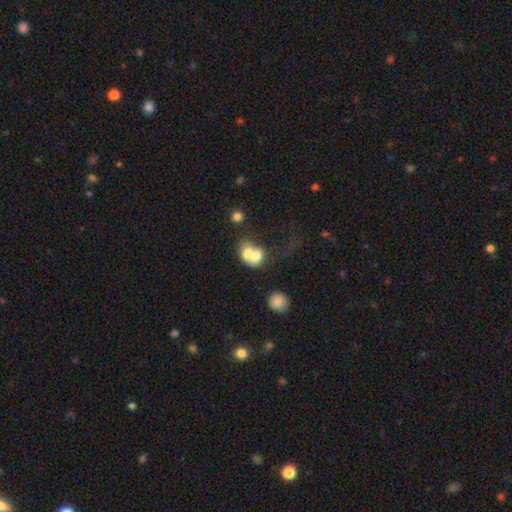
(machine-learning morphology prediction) smooth 65%, featured or disk 25%, star or artifact 10%. Down the decision tree: how rounded — round (52%); merging — merger (72%).